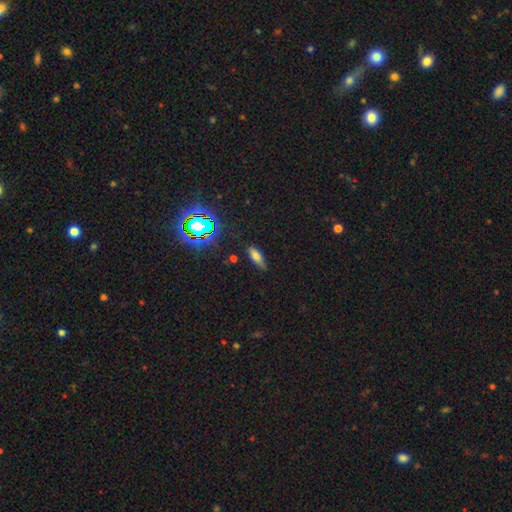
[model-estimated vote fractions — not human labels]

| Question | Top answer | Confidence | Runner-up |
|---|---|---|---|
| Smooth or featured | smooth | 69% | star or artifact (17%) |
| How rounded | in between | 69% | cigar-shaped (27%) |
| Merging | none | 71% | minor disturbance (22%) |